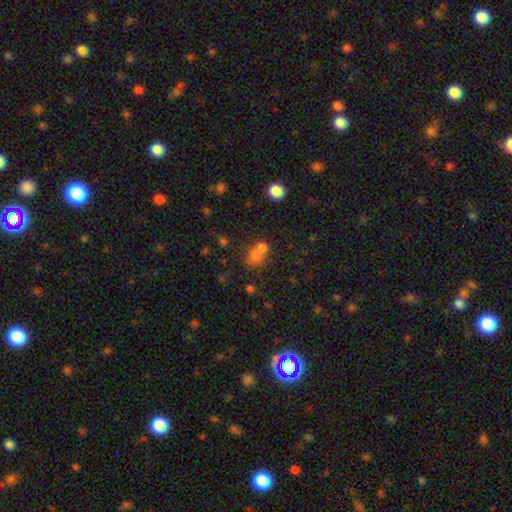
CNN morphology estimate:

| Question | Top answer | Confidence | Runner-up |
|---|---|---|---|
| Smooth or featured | smooth | 64% | star or artifact (20%) |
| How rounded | round | 71% | in between (28%) |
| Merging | merger | 57% | none (32%) |